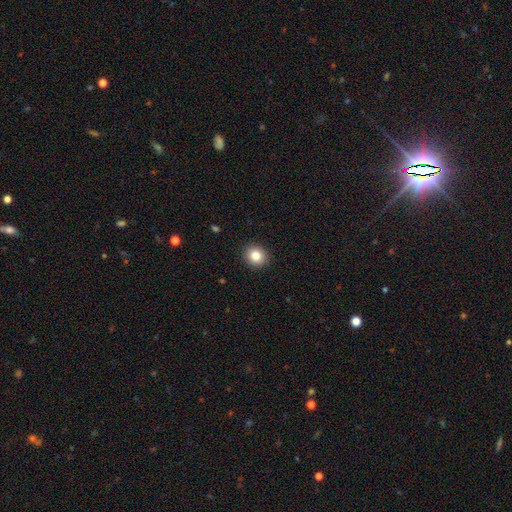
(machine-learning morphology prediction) The model was most divided on "how rounded": round: 82%, in between: 17%, cigar-shaped: 1%. More confident: merging — none (92%); smooth or featured — smooth (82%).